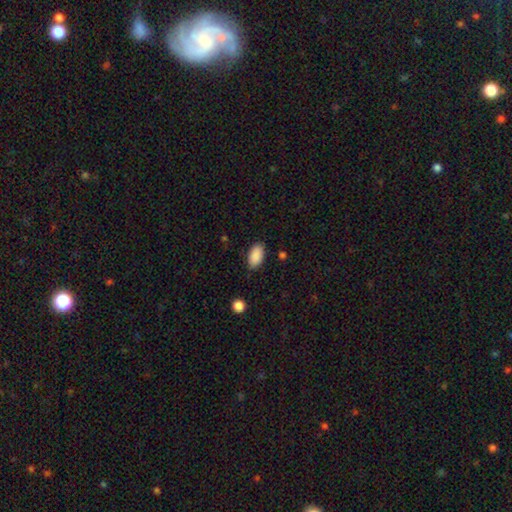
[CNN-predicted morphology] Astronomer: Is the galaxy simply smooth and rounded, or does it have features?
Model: smooth — 89%.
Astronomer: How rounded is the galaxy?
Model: in between — 94%.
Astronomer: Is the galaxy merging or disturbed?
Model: none — 83%.